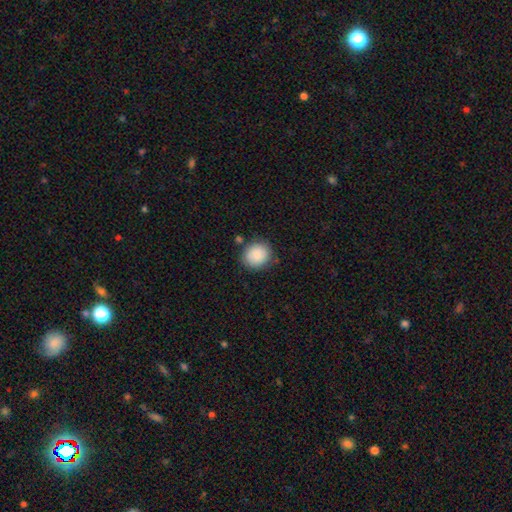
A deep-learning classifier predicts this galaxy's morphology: Smooth or featured? smooth (88%)
How rounded? round (82%)
Merging? none (82%)